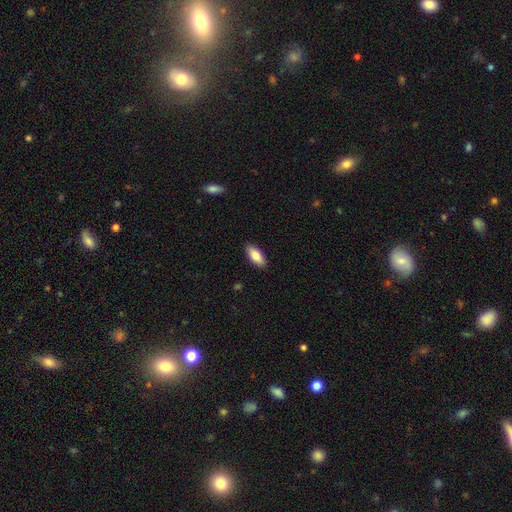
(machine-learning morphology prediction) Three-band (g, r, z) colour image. It shows a smooth galaxy with no disk features (84%) that is in between round and cigar-shaped (87%). Merging: none (89%).